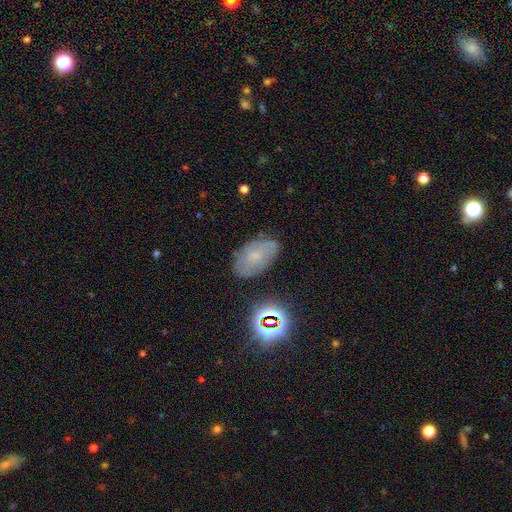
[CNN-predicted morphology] smooth-or-featured: featured or disk: 43% | smooth: 32% | star or artifact: 25%
  merging: none: 76% | minor disturbance: 17% | major disturbance: 5% | merger: 2%